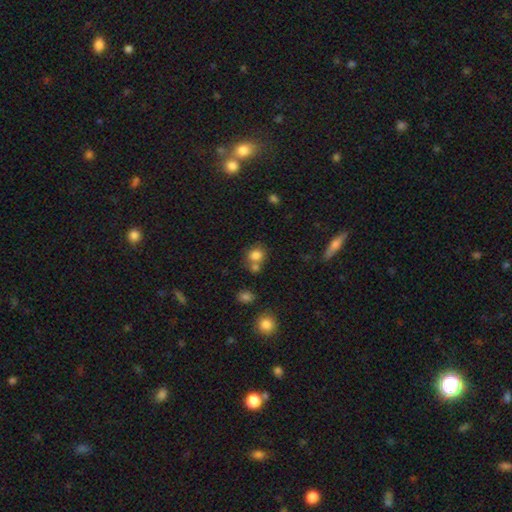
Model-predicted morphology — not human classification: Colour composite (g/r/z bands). It shows a smooth galaxy with no disk features (80%) that is round (73%). Merging: none (51%).